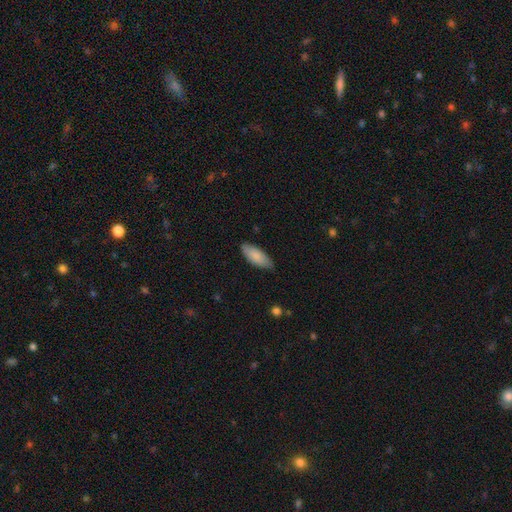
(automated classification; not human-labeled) Smooth or featured? Predicted: smooth (p=0.84). How rounded? Predicted: in between (p=0.78). Merging? Predicted: none (p=0.79).